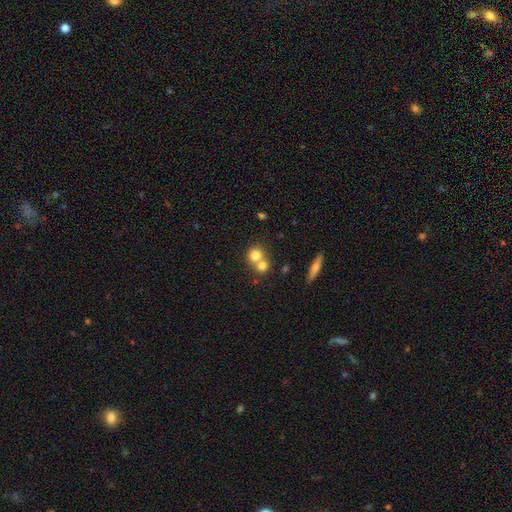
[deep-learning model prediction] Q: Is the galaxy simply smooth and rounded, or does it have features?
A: smooth — 75%.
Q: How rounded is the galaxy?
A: round — 84%.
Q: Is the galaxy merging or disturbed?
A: merger — 55%.